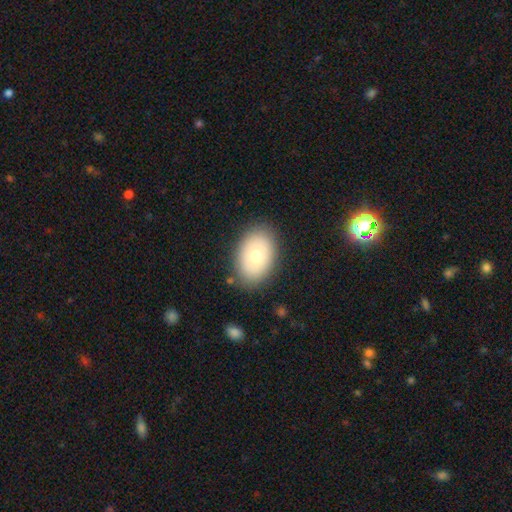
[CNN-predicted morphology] Q: Smooth or featured?
A: smooth (67%); runner-up: featured or disk (26%)
Q: How rounded?
A: in between (83%); runner-up: round (16%)
Q: Merging?
A: none (83%); runner-up: minor disturbance (12%)